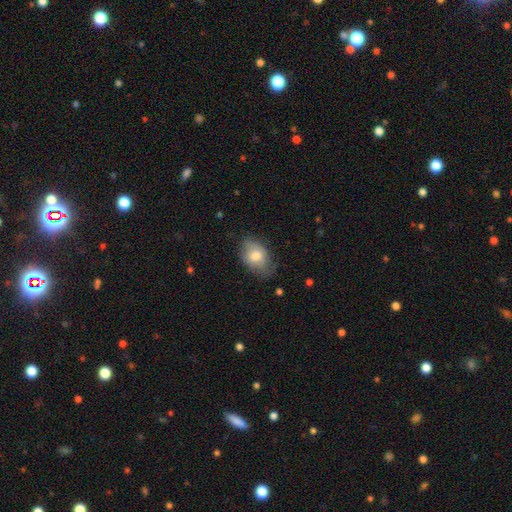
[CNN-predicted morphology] smooth_or_featured: smooth (p=0.75) [alt: featured or disk p=0.18]
how_rounded: in between (p=0.82) [alt: round p=0.16]
merging: none (p=0.62) [alt: minor disturbance p=0.29]